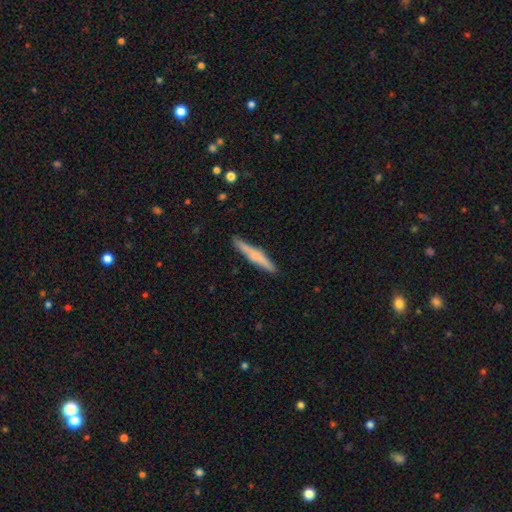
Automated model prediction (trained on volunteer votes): smooth-or-featured: smooth: 60% | featured or disk: 34% | star or artifact: 6%
  how-rounded: cigar-shaped: 94% | in between: 5% | round: 2%
  merging: none: 84% | minor disturbance: 12% | major disturbance: 2% | merger: 2%